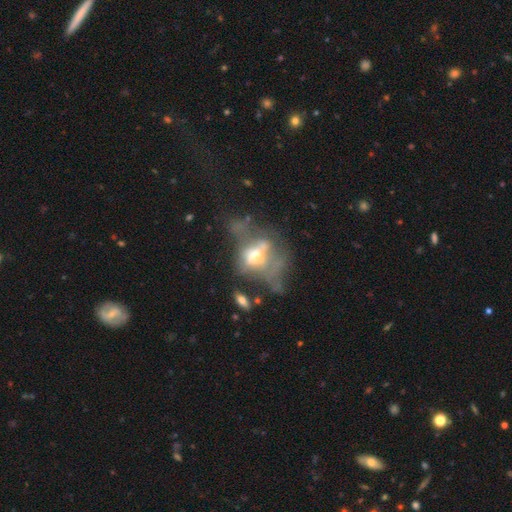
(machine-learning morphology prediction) This is possibly a featured or disk galaxy (50%). Merging: marginally major disturbance (44%).